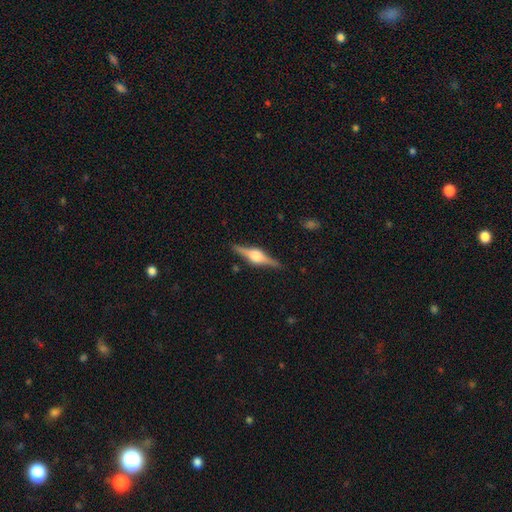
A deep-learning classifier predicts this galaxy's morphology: Smooth or featured: featured or disk — 82% (smooth — 12%)
Edge-on disk: yes — 98% (no — 2%)
Edge-on bulge: rounded — 91% (boxy — 7%)
Merging: none — 90% (minor disturbance — 8%)